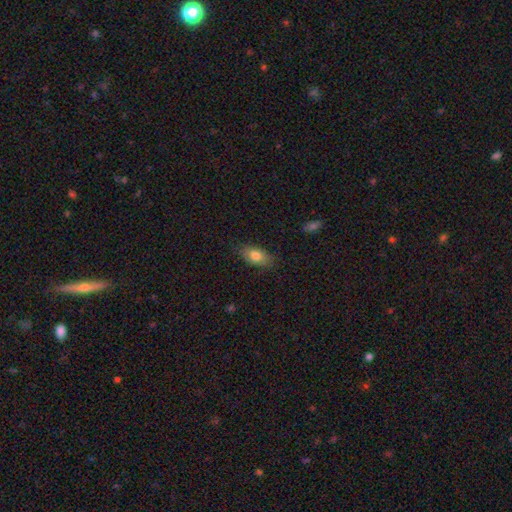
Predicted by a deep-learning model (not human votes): Smooth or featured? Predicted: smooth (p=0.79). How rounded? Predicted: in between (p=0.89). Merging? Predicted: none (p=0.82).